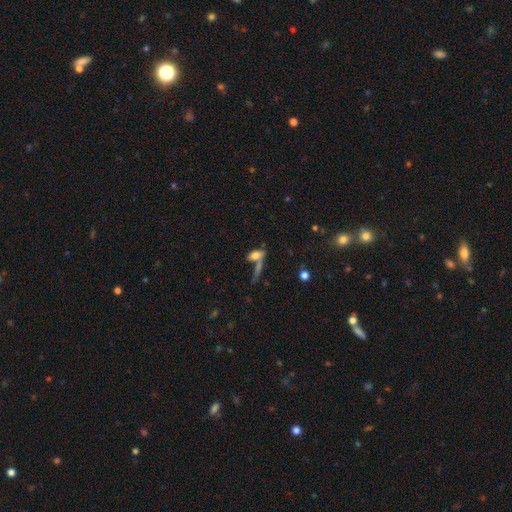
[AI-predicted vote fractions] smooth-or-featured: smooth: 68% | featured or disk: 21% | star or artifact: 11%
  how-rounded: in between: 75% | cigar-shaped: 18% | round: 7%
  merging: none: 39% | merger: 37% | minor disturbance: 12% | major disturbance: 12%